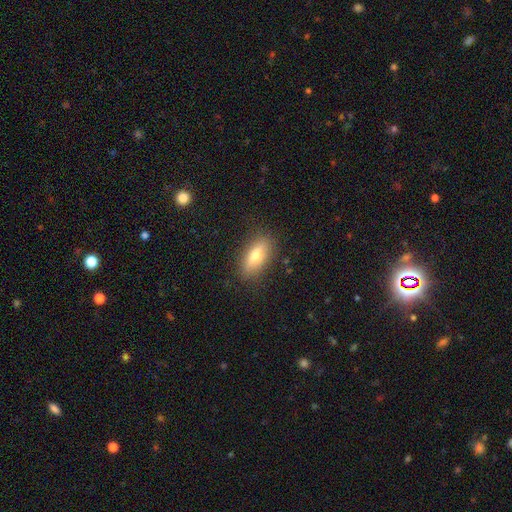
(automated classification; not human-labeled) Smooth or featured? Predicted: smooth (p=0.61). How rounded? Predicted: in between (p=0.69). Merging? Predicted: none (p=0.84).